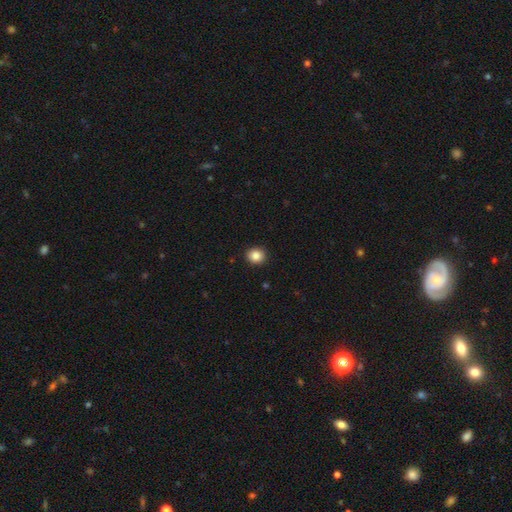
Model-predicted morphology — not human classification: type=smooth (86%); roundness=round (80%); merging=none (92%).